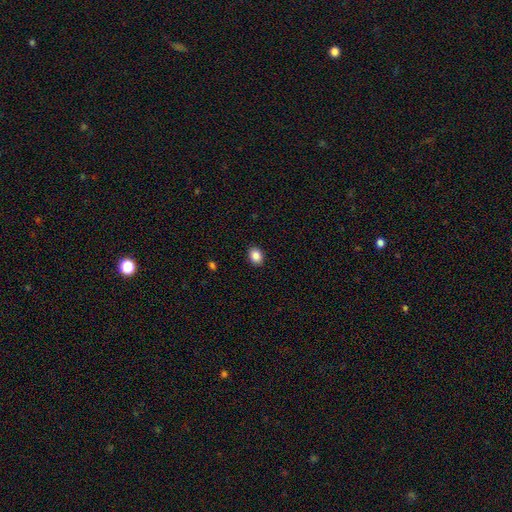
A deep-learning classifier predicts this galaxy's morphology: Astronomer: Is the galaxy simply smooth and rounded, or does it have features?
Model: smooth — 88%.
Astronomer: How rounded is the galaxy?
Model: in between — 57% (runner-up: round, 42%).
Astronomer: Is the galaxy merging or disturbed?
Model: none — 90%.